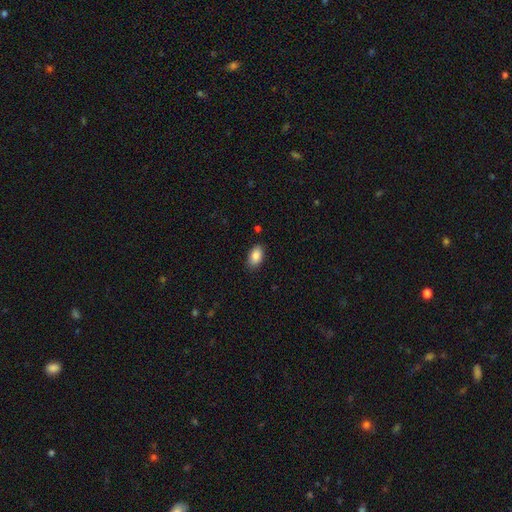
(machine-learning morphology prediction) Smooth or featured: smooth — 88% (star or artifact — 7%)
How rounded: in between — 93% (round — 5%)
Merging: none — 86% (minor disturbance — 10%)